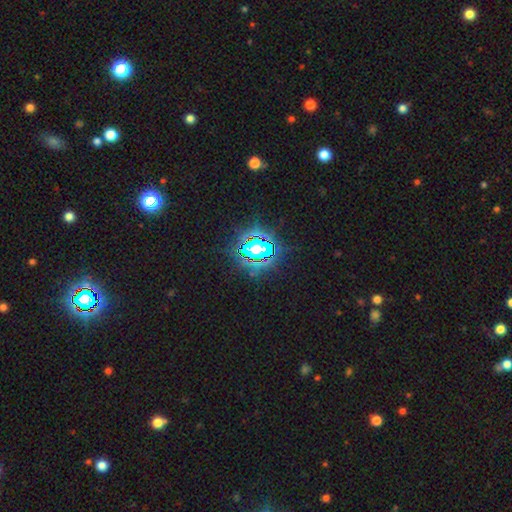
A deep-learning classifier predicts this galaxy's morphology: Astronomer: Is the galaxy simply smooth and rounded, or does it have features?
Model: star or artifact — 80%.